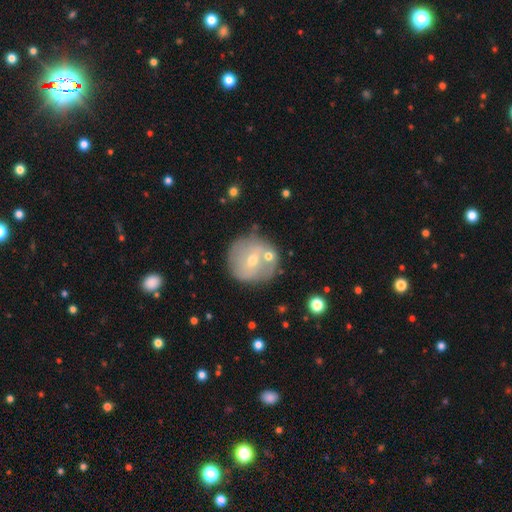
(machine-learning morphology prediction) Overall: smooth (45%, tied with featured or disk). Merging: none (70%).